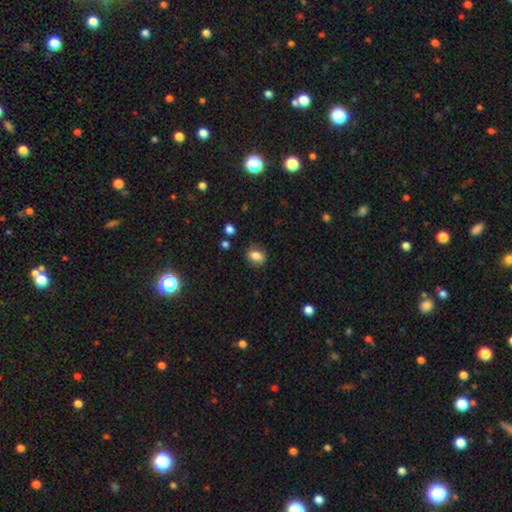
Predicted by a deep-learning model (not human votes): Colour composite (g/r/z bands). It shows a smooth galaxy with no disk features (80%) that is in between round and cigar-shaped (67%). Merging: none (83%).